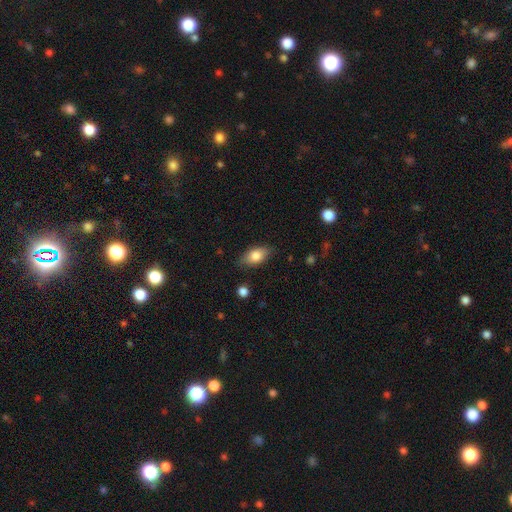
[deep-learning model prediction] smooth-or-featured: smooth: 77% | featured or disk: 16% | star or artifact: 7%
  how-rounded: in between: 87% | round: 6% | cigar-shaped: 6%
  merging: none: 81% | minor disturbance: 15% | major disturbance: 3% | merger: 1%